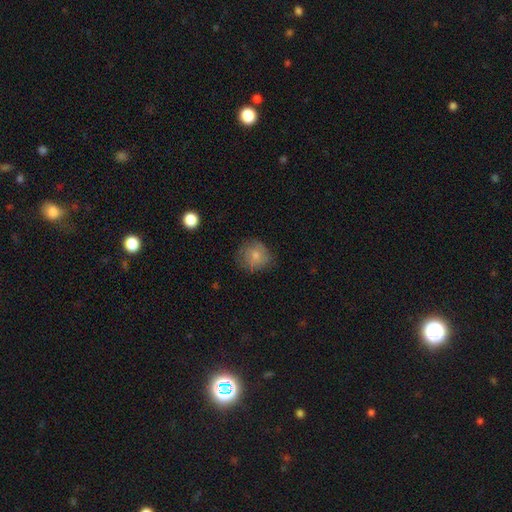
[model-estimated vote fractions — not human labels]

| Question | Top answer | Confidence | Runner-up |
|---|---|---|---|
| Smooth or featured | smooth | 74% | featured or disk (18%) |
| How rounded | round | 82% | in between (17%) |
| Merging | none | 70% | minor disturbance (22%) |